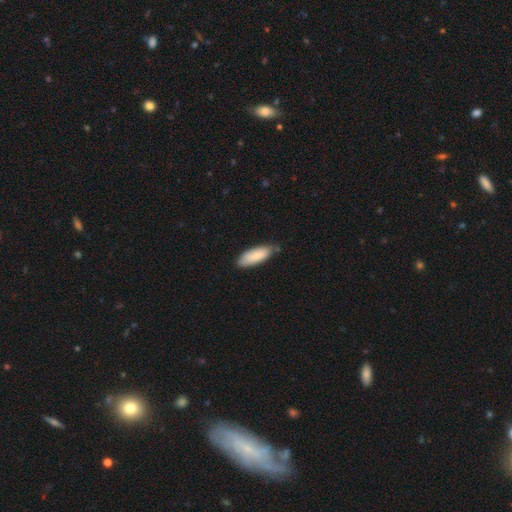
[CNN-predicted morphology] smooth_or_featured: smooth (p=0.86) [alt: featured or disk p=0.09]
how_rounded: in between (p=0.70) [alt: cigar-shaped p=0.29]
merging: none (p=0.70) [alt: minor disturbance p=0.25]